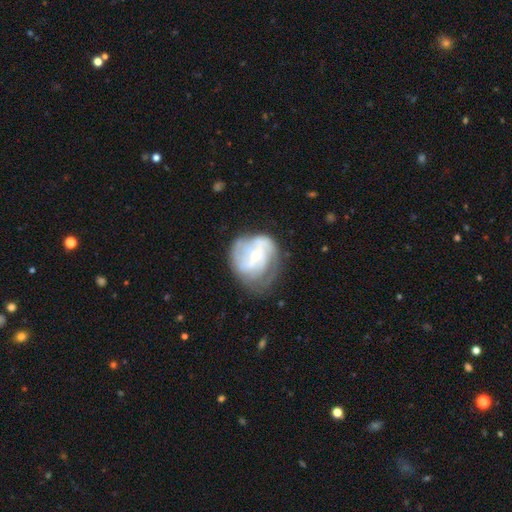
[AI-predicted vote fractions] Morphology: type=featured or disk (74%); edge-on=no (97%); bar=no (56%); spiral arms=yes (80%); winding=tight (50%); arm count=can't tell (39%); bulge=small (53%); merging=none (49%).